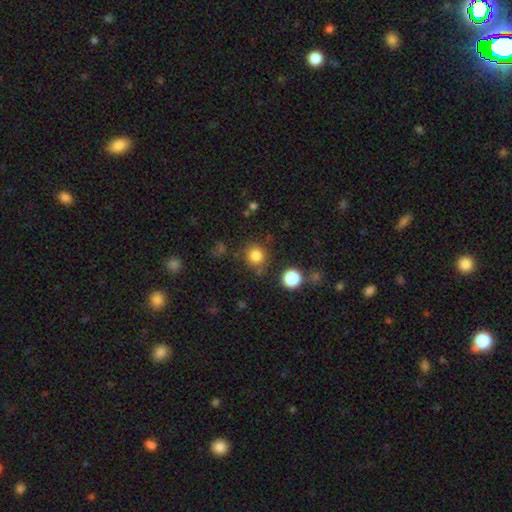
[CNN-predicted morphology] smooth_or_featured: smooth (p=0.82) [alt: star or artifact p=0.12]
how_rounded: round (p=0.89) [alt: in between p=0.10]
merging: none (p=0.80) [alt: minor disturbance p=0.10]